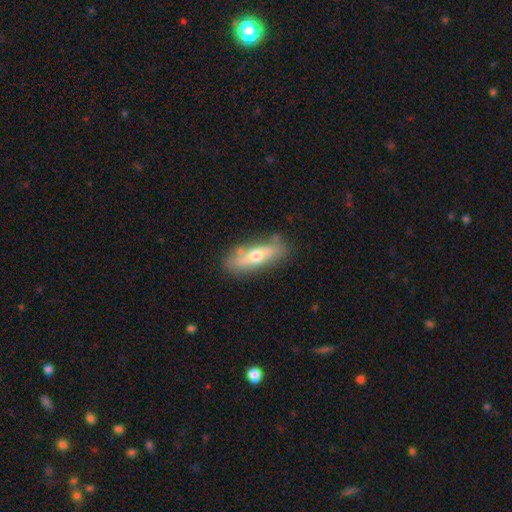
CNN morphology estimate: smooth-or-featured: featured or disk: 49% | smooth: 44% | star or artifact: 7%
  merging: none: 75% | minor disturbance: 17% | major disturbance: 4% | merger: 4%